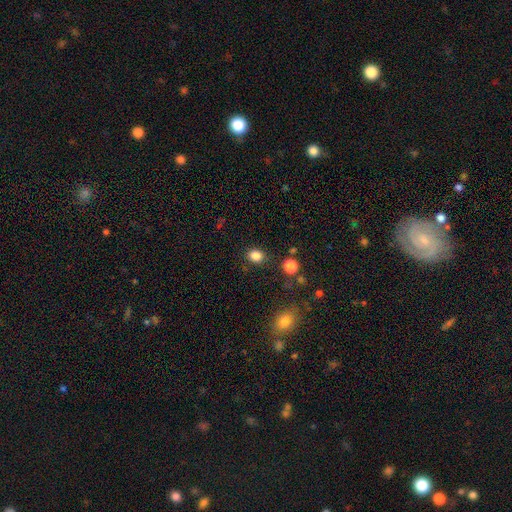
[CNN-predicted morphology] This is clearly a smooth galaxy (84%). How rounded: possibly round (59%). Merging: clearly none (85%).